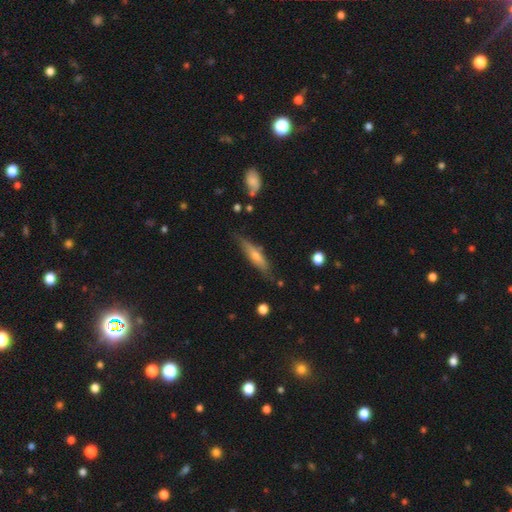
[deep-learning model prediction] Smooth or featured? Predicted: featured or disk (p=0.53). Edge-on disk? Predicted: yes (p=0.88). Merging? Predicted: none (p=0.76).